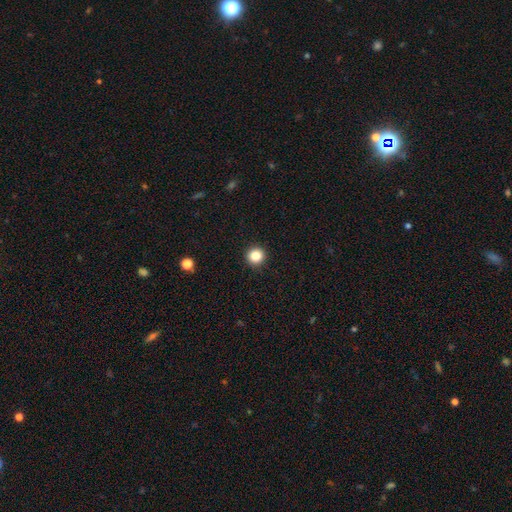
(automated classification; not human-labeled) This appears to be a smooth galaxy with no disk features (84%) that is round (95%). Merging: none (93%).